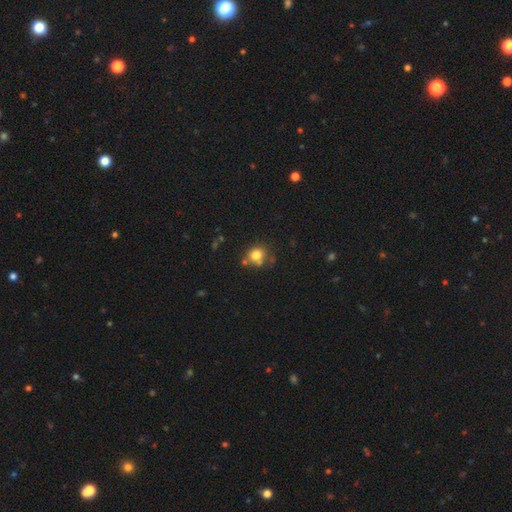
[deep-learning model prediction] smooth-or-featured: smooth: 77% | star or artifact: 12% | featured or disk: 11%
  how-rounded: round: 77% | in between: 22% | cigar-shaped: 1%
  merging: none: 60% | merger: 19% | minor disturbance: 15% | major disturbance: 6%